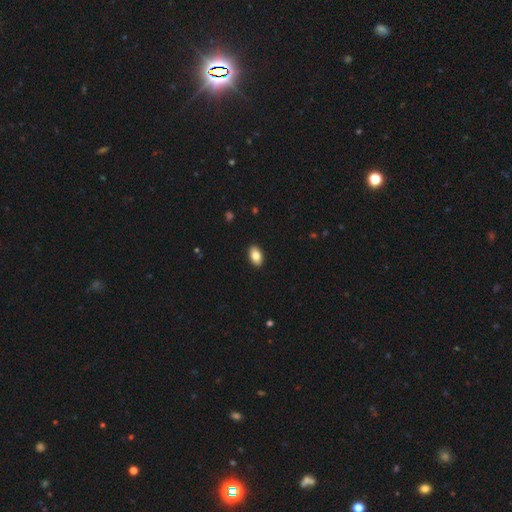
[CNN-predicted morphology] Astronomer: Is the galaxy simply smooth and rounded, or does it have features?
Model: smooth — 83%.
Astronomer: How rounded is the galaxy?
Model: in between — 92%.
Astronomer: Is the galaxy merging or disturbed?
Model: none — 91%.